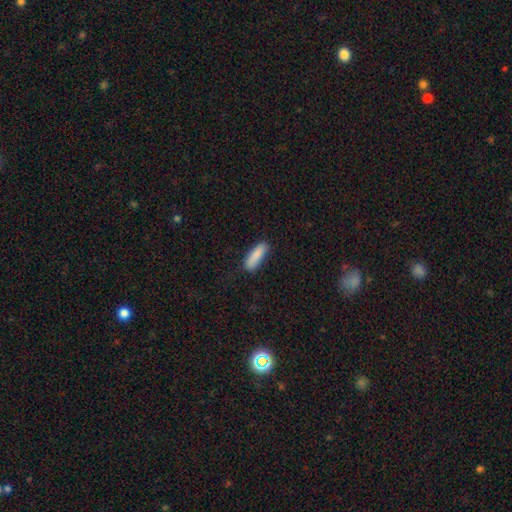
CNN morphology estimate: Smooth or featured?
  - smooth: 88% *
  - star or artifact: 6%
  - featured or disk: 6%
How rounded?
  - cigar-shaped: 53% *
  - in between: 46%
  - round: 2%
Merging?
  - none: 83% *
  - minor disturbance: 13%
  - major disturbance: 3%
  - merger: 1%